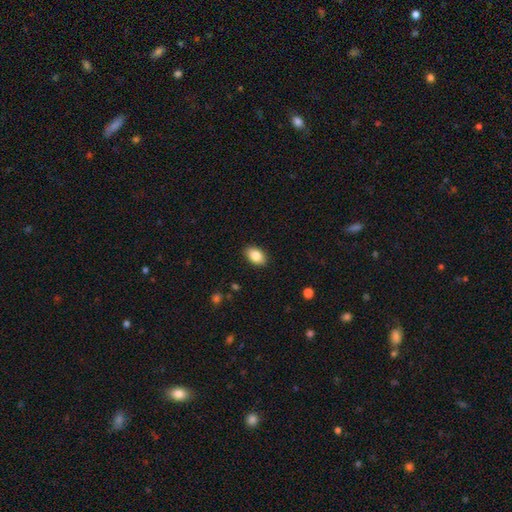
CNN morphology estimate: Smooth or featured? Predicted: smooth (p=0.85). How rounded? Predicted: in between (p=0.91). Merging? Predicted: none (p=0.89).